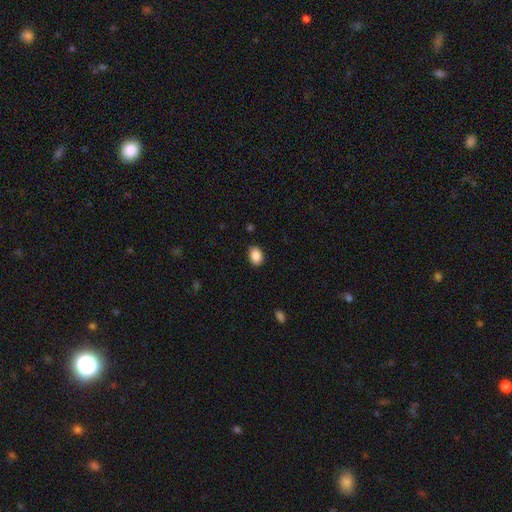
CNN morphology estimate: Q: Smooth or featured?
A: smooth (89%); runner-up: star or artifact (8%)
Q: How rounded?
A: in between (77%); runner-up: round (22%)
Q: Merging?
A: none (87%); runner-up: minor disturbance (10%)